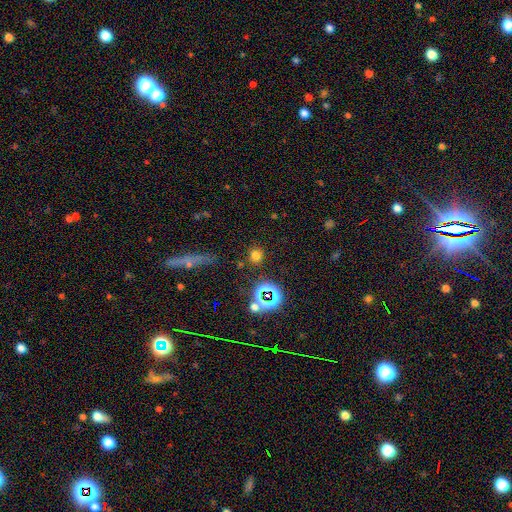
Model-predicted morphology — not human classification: smooth 68%, star or artifact 25%, featured or disk 7%. Down the decision tree: how rounded — round (86%); merging — none (85%).